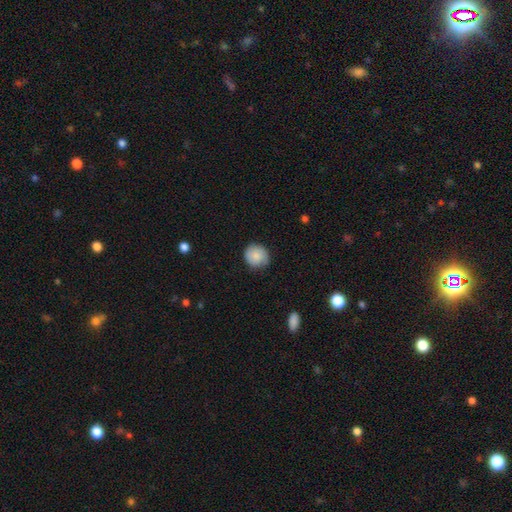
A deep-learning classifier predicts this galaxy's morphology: A smooth galaxy with no disk features (80%) that is round (86%). Merging: none (81%).